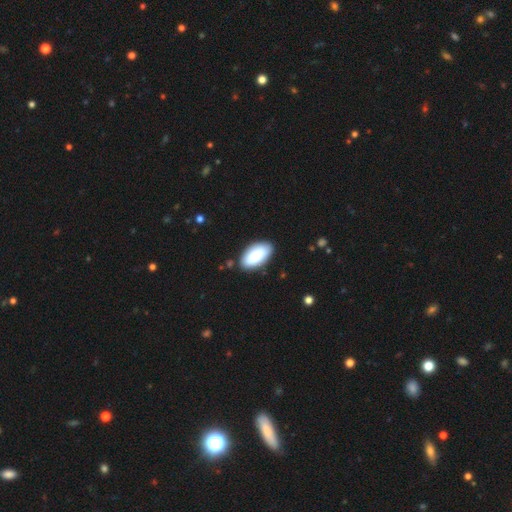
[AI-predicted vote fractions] A smooth galaxy with no disk features (87%) that is in between round and cigar-shaped (95%). Merging: none (85%).